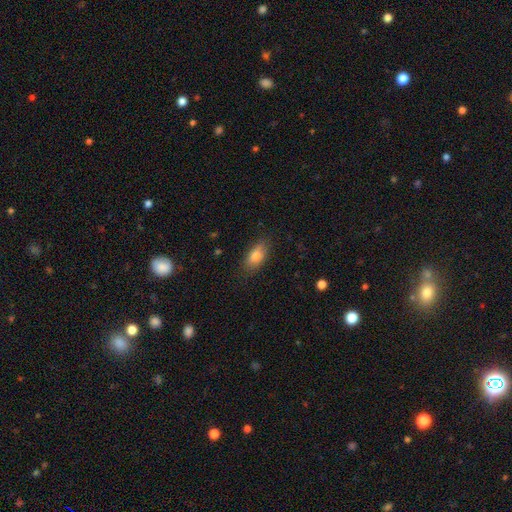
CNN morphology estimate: Smooth or featured? Predicted: smooth (p=0.80). How rounded? Predicted: in between (p=0.86). Merging? Predicted: none (p=0.78).